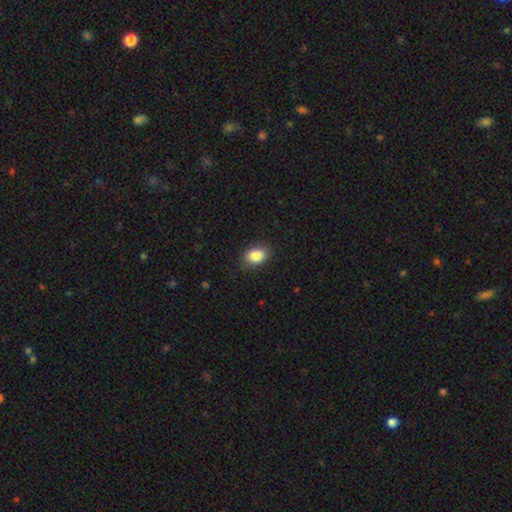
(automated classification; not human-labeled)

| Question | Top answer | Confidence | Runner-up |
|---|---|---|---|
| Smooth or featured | smooth | 86% | star or artifact (8%) |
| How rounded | in between | 78% | round (21%) |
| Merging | none | 85% | minor disturbance (11%) |